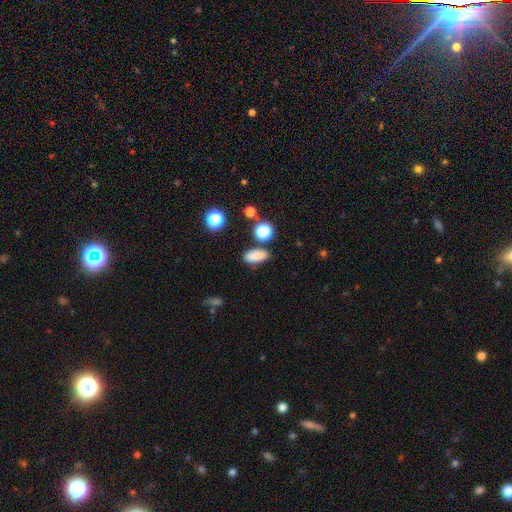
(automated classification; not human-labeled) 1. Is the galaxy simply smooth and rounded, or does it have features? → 83% smooth, 12% star or artifact, 5% featured or disk.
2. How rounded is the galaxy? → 82% in between, 10% cigar-shaped, 8% round.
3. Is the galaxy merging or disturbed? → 81% none, 11% minor disturbance, 5% merger, 3% major disturbance.